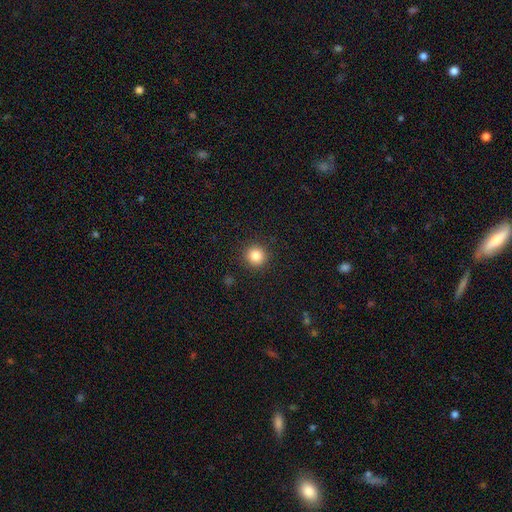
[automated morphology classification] Smooth or featured? Predicted: smooth (p=0.84). How rounded? Predicted: round (p=0.93). Merging? Predicted: none (p=0.91).